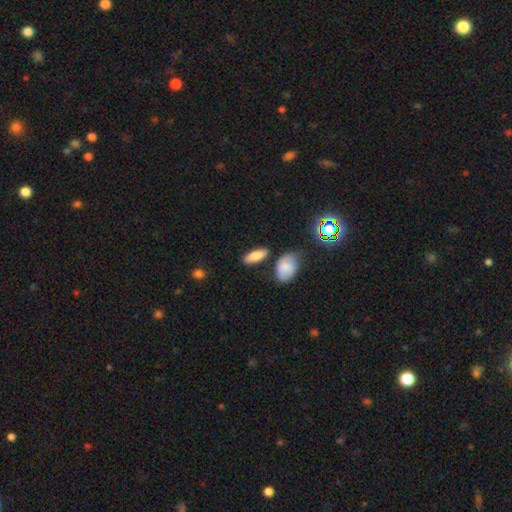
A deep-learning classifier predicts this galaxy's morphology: Q: Smooth or featured?
A: smooth (81%); runner-up: featured or disk (10%)
Q: How rounded?
A: in between (74%); runner-up: cigar-shaped (23%)
Q: Merging?
A: none (77%); runner-up: minor disturbance (13%)